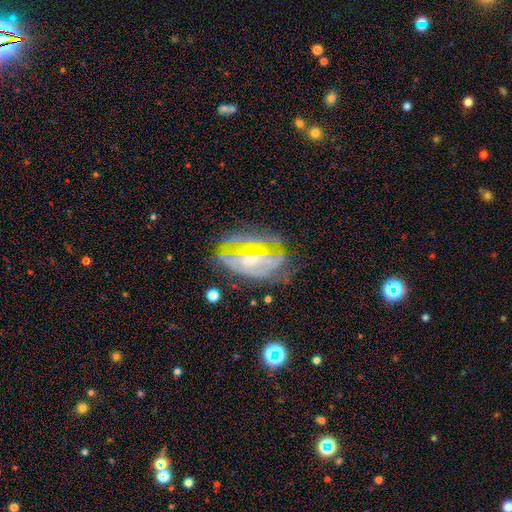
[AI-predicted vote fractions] Q: Smooth or featured?
A: featured or disk (80%); runner-up: smooth (11%)
Q: Edge-on disk?
A: no (89%); runner-up: yes (11%)
Q: Bar?
A: strong (40%); runner-up: weak (31%)
Q: Spiral arms?
A: yes (72%); runner-up: no (28%)
Q: Spiral winding?
A: tight (51%); runner-up: medium (34%)
Q: Spiral arm count?
A: can't tell (42%); runner-up: 2 (35%)
Q: Bulge size?
A: small (65%); runner-up: moderate (31%)
Q: Merging?
A: none (56%); runner-up: minor disturbance (23%)